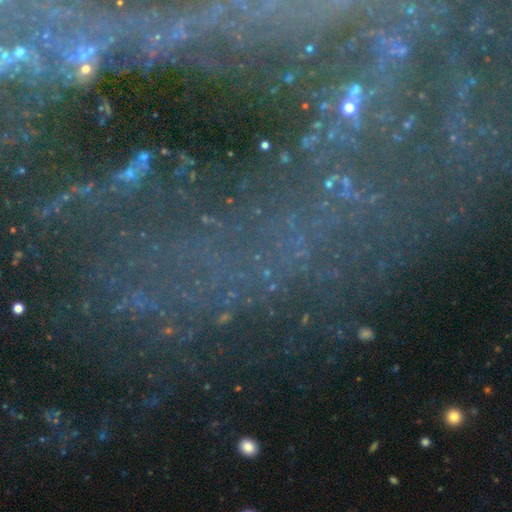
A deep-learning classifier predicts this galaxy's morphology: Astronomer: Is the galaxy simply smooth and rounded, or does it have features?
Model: star or artifact — 62%.